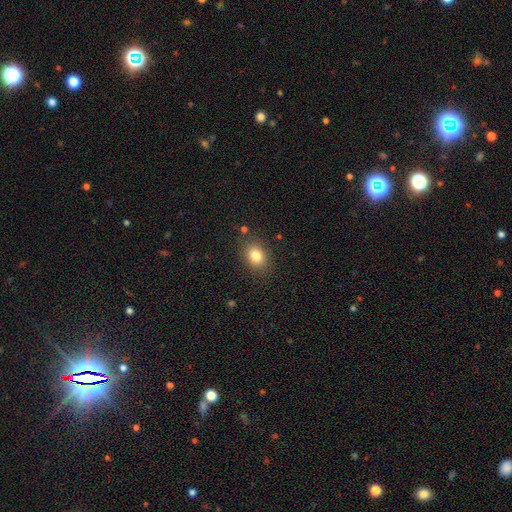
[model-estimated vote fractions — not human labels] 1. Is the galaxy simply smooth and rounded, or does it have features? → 82% smooth, 10% star or artifact, 8% featured or disk.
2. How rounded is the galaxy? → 64% in between, 35% round, 1% cigar-shaped.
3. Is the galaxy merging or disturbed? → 83% none, 11% minor disturbance, 3% major disturbance, 2% merger.